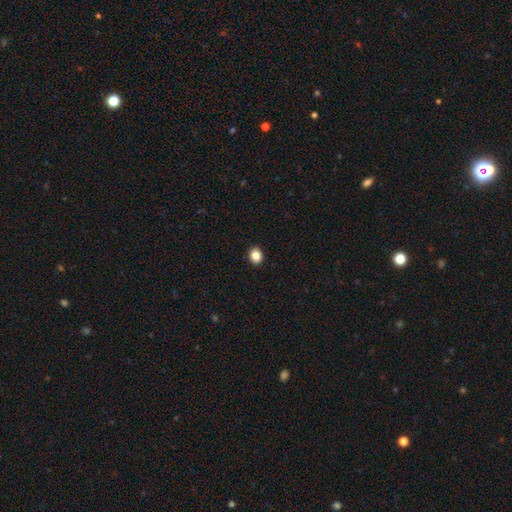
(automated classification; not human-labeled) A smooth galaxy with no disk features (87%) that is round (54%).

Vote fractions:
- Smooth or featured? smooth: 87% / star or artifact: 10% / featured or disk: 4%
- How rounded? round: 54% / in between: 45% / cigar-shaped: 1%
- Merging? none: 92% / minor disturbance: 5% / major disturbance: 2% / merger: 1%